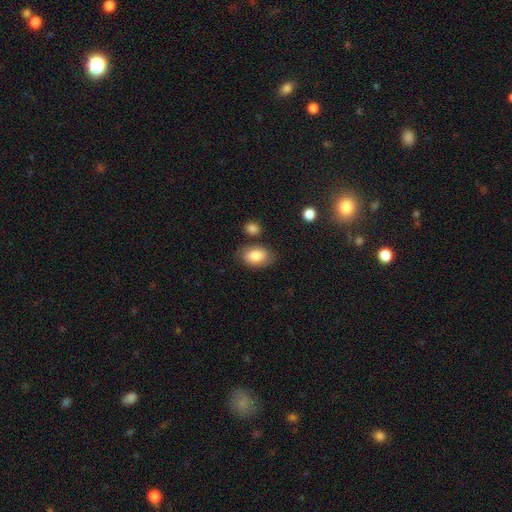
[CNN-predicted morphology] The model was most divided on "merging": none: 75%, minor disturbance: 15%, merger: 6%, major disturbance: 4%. More confident: how rounded — in between (89%); smooth or featured — smooth (83%).